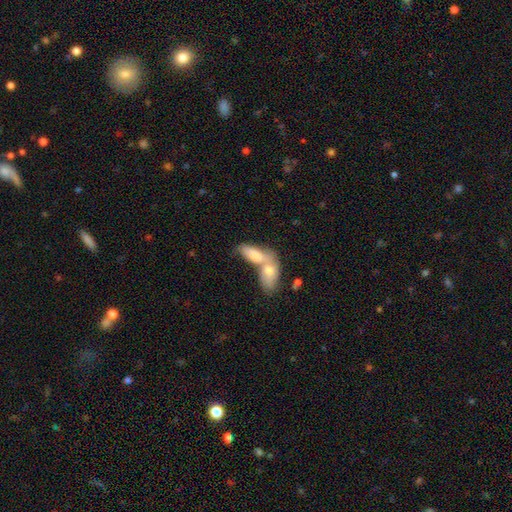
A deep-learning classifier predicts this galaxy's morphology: The model was most divided on "merging": merger: 68%, none: 21%, minor disturbance: 8%, major disturbance: 4%. More confident: how rounded — in between (83%); smooth or featured — smooth (72%).